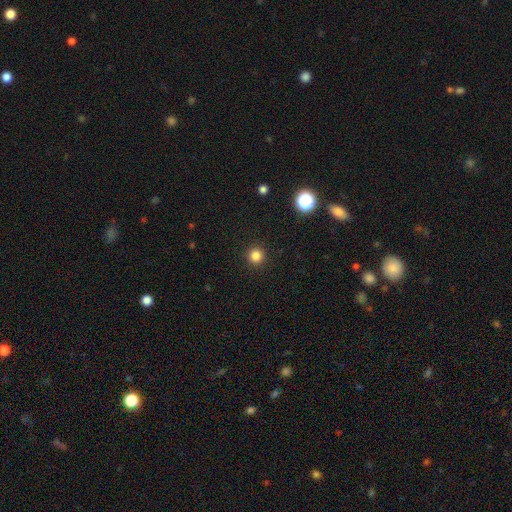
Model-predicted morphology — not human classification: Smooth or featured? Predicted: smooth (p=0.83). How rounded? Predicted: round (p=0.96). Merging? Predicted: none (p=0.93).